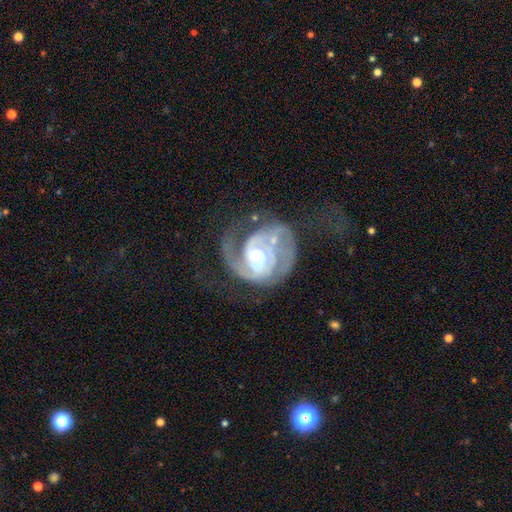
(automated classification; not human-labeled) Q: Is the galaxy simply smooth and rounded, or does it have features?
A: featured or disk — 90%.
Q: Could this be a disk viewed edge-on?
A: no — 98%.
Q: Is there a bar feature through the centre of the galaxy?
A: no — 59%.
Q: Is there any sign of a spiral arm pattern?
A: yes — 97%.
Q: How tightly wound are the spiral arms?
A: tight — 57%.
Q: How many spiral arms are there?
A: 2 — 55%.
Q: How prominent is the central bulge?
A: small — 46%.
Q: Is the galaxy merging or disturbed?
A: none — 46%.